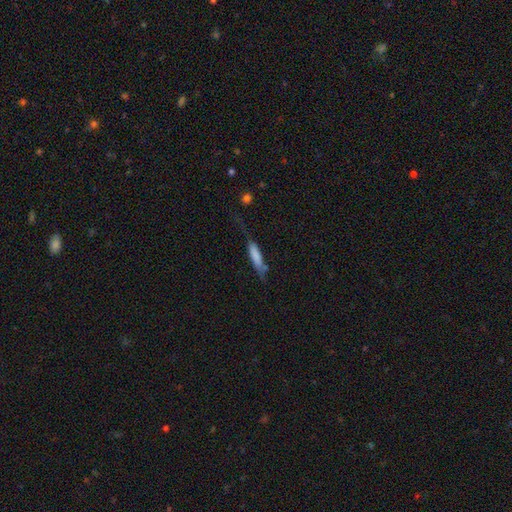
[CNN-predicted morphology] Overall: smooth (72%). How rounded: cigar-shaped (74%). Merging: none (40%; minor disturbance 30%).